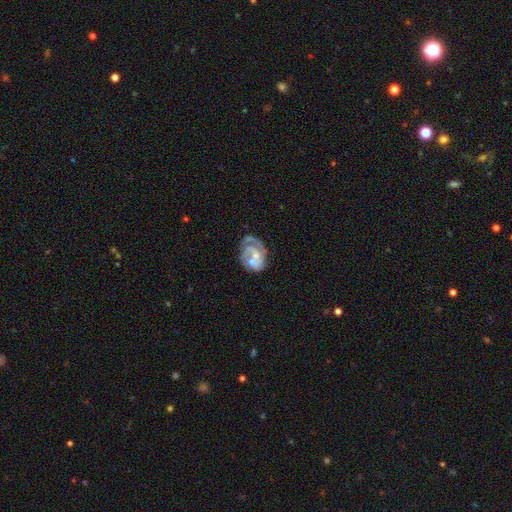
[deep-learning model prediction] smooth_or_featured: featured or disk (p=0.75) [alt: smooth p=0.16]
disk_edge_on: no (p=0.98) [alt: yes p=0.02]
bar: no (p=0.63) [alt: weak p=0.30]
has_spiral_arms: yes (p=0.85) [alt: no p=0.15]
spiral_winding: tight (p=0.48) [alt: medium p=0.37]
spiral_arm_count: 2 (p=0.36) [alt: can't tell p=0.23]
bulge_size: small (p=0.49) [alt: moderate p=0.40]
merging: none (p=0.46) [alt: minor disturbance p=0.19]